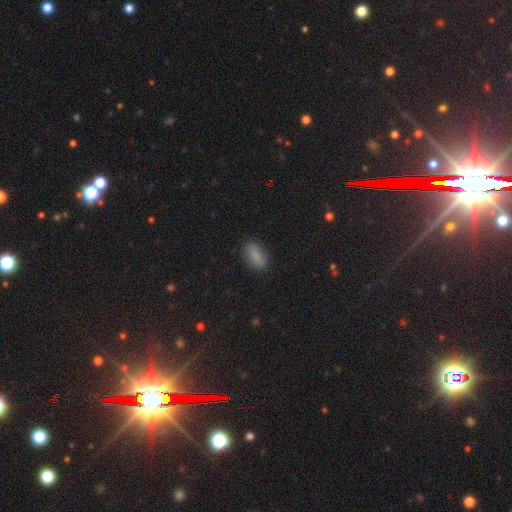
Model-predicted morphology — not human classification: smooth_or_featured: smooth (p=0.82) [alt: featured or disk p=0.09]
how_rounded: in between (p=0.80) [alt: cigar-shaped p=0.15]
merging: none (p=0.85) [alt: minor disturbance p=0.11]